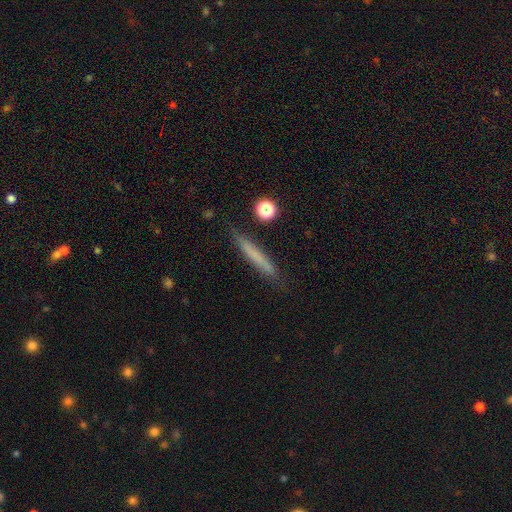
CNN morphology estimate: Q: Smooth or featured?
A: smooth (65%); runner-up: featured or disk (27%)
Q: How rounded?
A: cigar-shaped (95%); runner-up: in between (4%)
Q: Merging?
A: none (83%); runner-up: minor disturbance (12%)